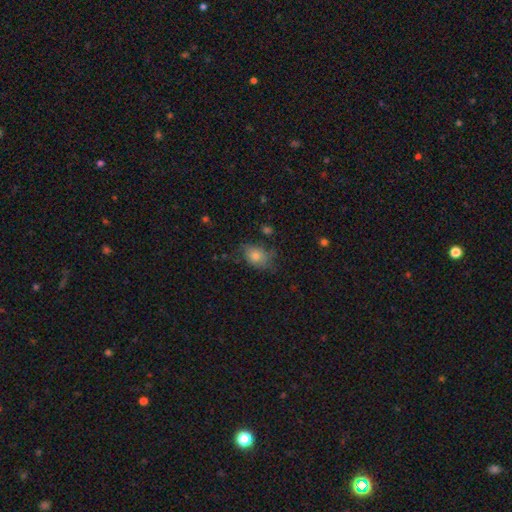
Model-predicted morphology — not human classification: Overall: smooth (72%). How rounded: in between (68%; round 30%). Merging: none (62%; minor disturbance 26%).